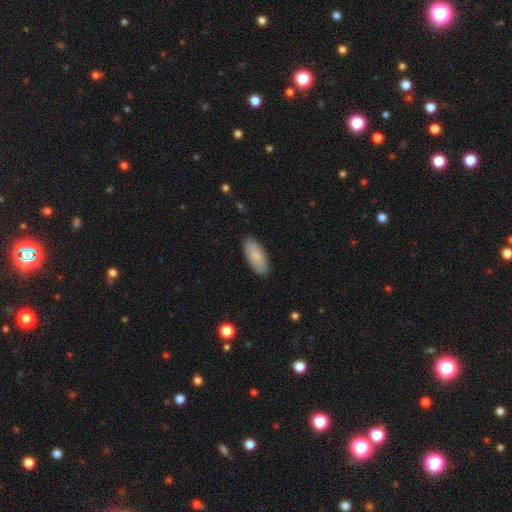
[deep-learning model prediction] Morphology: type=smooth (85%); roundness=in between (85%); merging=none (87%).